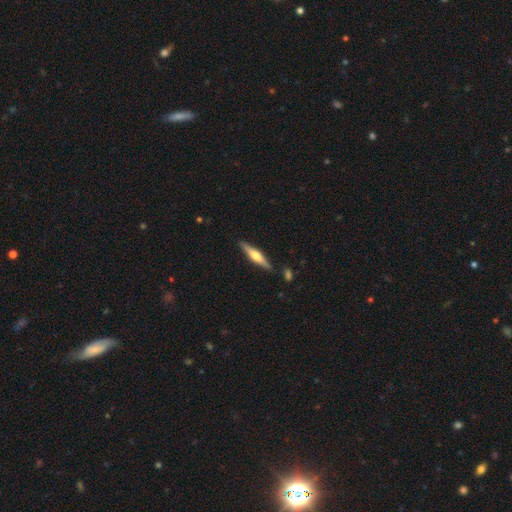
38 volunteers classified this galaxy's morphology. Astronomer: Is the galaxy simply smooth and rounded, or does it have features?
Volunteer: featured or disk — 71%.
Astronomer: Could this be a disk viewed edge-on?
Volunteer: yes — 100%.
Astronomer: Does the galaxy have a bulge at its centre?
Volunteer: rounded — 78%.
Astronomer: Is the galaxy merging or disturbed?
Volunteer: none — 94%.